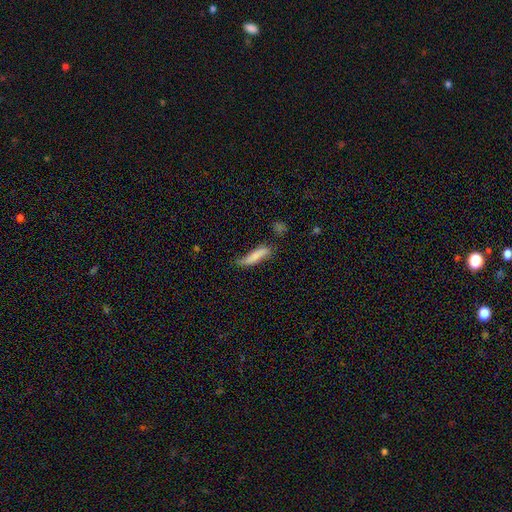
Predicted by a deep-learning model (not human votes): Smooth or featured?
  - smooth: 72% *
  - featured or disk: 21%
  - star or artifact: 7%
How rounded?
  - cigar-shaped: 74% *
  - in between: 24%
  - round: 2%
Merging?
  - none: 49% *
  - minor disturbance: 34%
  - major disturbance: 12%
  - merger: 5%